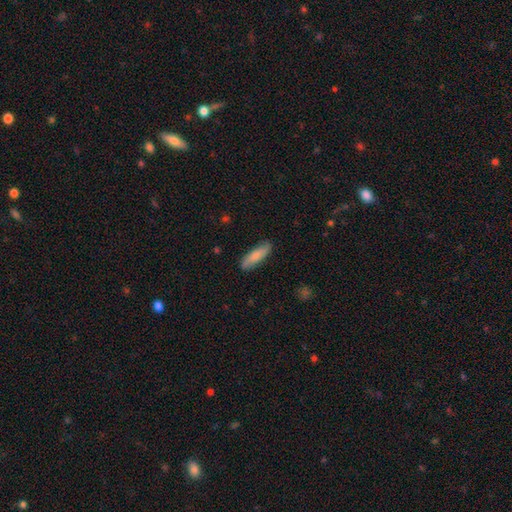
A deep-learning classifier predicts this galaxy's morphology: smooth 77%, featured or disk 17%, star or artifact 6%. Down the decision tree: how rounded — cigar-shaped (64%); merging — none (85%).